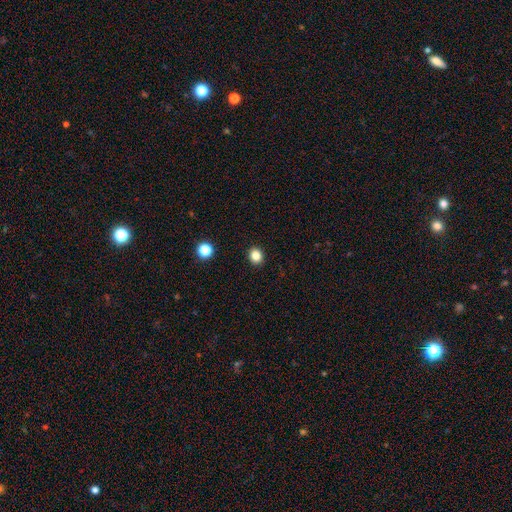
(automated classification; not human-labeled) The model was most divided on "how rounded": round: 68%, in between: 31%, cigar-shaped: 1%. More confident: merging — none (92%); smooth or featured — smooth (83%).